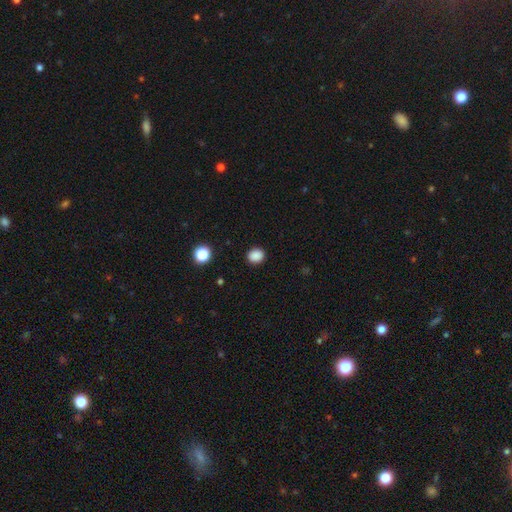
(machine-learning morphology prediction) Smooth or featured: smooth — 87% (star or artifact — 11%)
How rounded: round — 68% (in between — 31%)
Merging: none — 90% (minor disturbance — 7%)